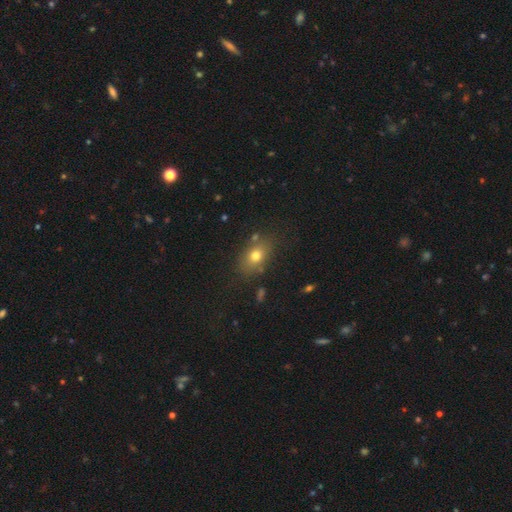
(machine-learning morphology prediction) Smooth or featured? Predicted: smooth (p=0.74). How rounded? Predicted: in between (p=0.73). Merging? Predicted: none (p=0.77).